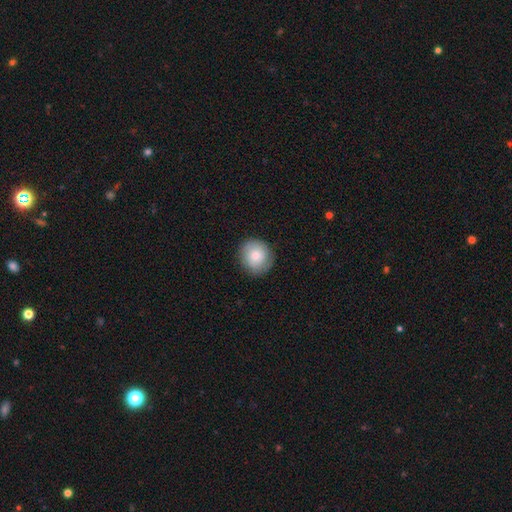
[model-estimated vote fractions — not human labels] Smooth or featured? smooth (77%)
How rounded? round (91%)
Merging? none (87%)